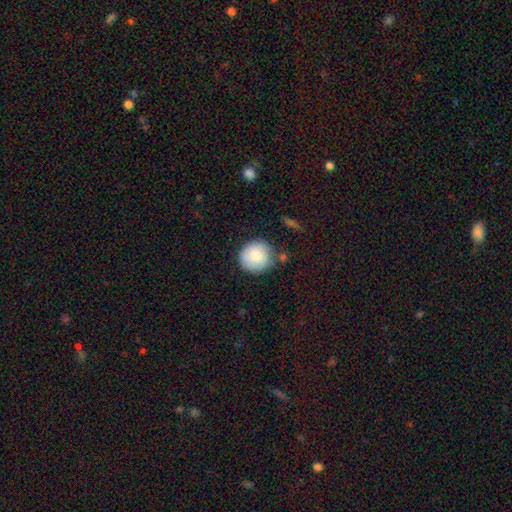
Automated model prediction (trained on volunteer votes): Smooth or featured: smooth — 82% (featured or disk — 11%)
How rounded: round — 92% (in between — 7%)
Merging: none — 75% (minor disturbance — 16%)